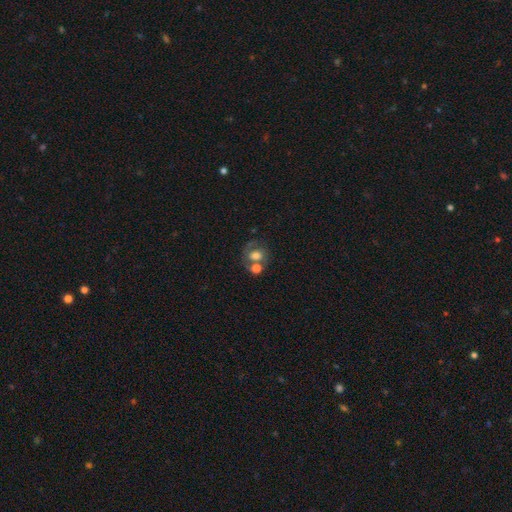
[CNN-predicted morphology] This is possibly a smooth galaxy (52%). How rounded: likely round (65%). Merging: marginally none (40%).